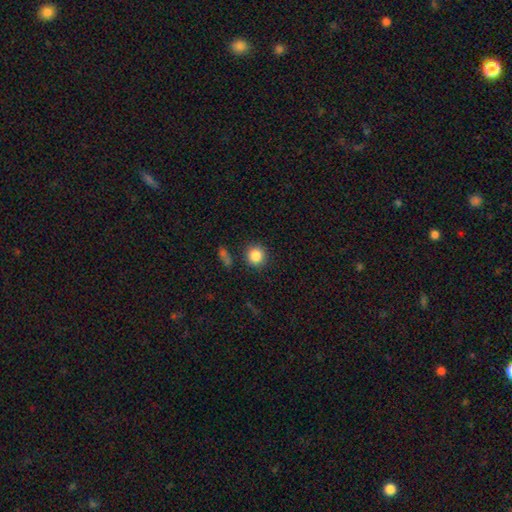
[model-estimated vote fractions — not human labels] Smooth or featured? Predicted: smooth (p=0.86). How rounded? Predicted: round (p=0.92). Merging? Predicted: none (p=0.85).